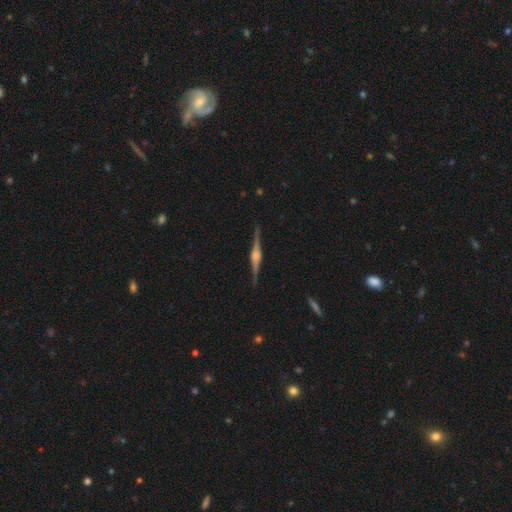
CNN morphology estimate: A featured or disk galaxy (86%) viewed edge-on (98%) with a rounded central bulge (78%).

Vote fractions:
- Smooth or featured? featured or disk: 86% / smooth: 8% / star or artifact: 5%
- Edge-on disk? yes: 98% / no: 2%
- Edge-on bulge? rounded: 78% / boxy: 19% / none: 3%
- Merging? none: 90% / minor disturbance: 7% / major disturbance: 2% / merger: 1%